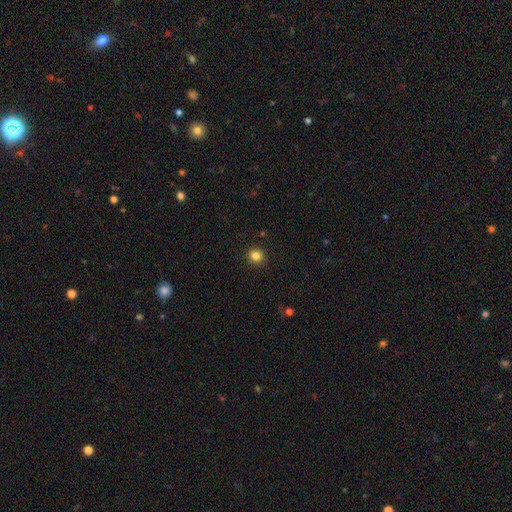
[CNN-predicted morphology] This is clearly a smooth galaxy (83%). How rounded: clearly round (94%). Merging: clearly none (93%).